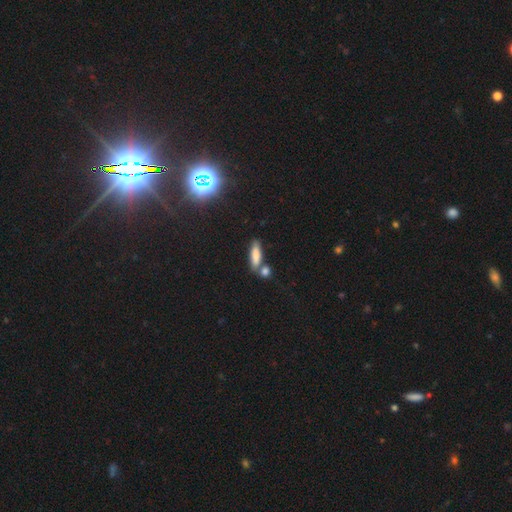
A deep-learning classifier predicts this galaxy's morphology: The model was most divided on "how rounded": cigar-shaped: 53%, in between: 43%, round: 4%. More confident: smooth or featured — smooth (77%); merging — none (59%).